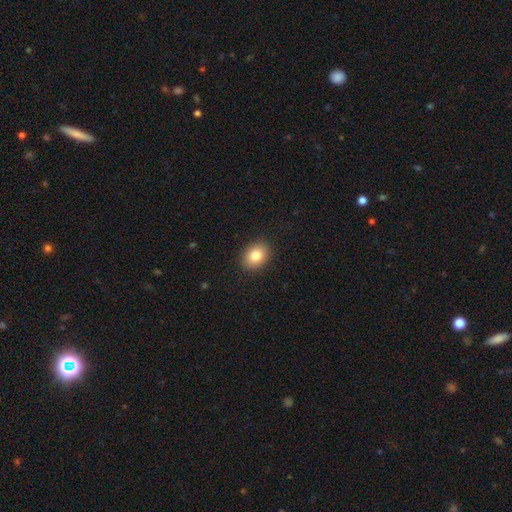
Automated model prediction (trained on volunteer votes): smooth 83%, star or artifact 9%, featured or disk 8%. Down the decision tree: how rounded — in between (66%); merging — none (90%).